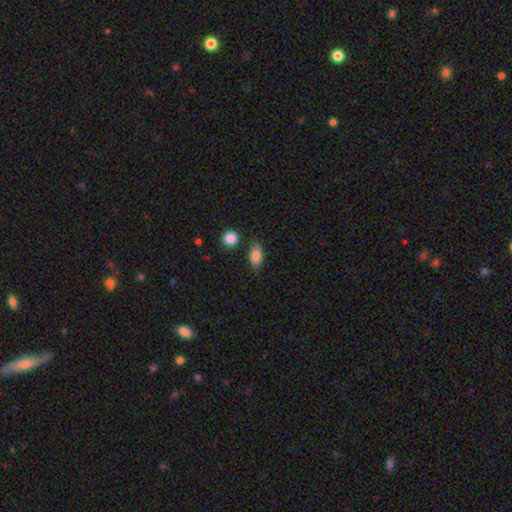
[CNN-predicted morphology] Smooth or featured? Predicted: smooth (p=0.85). How rounded? Predicted: in between (p=0.84). Merging? Predicted: none (p=0.80).